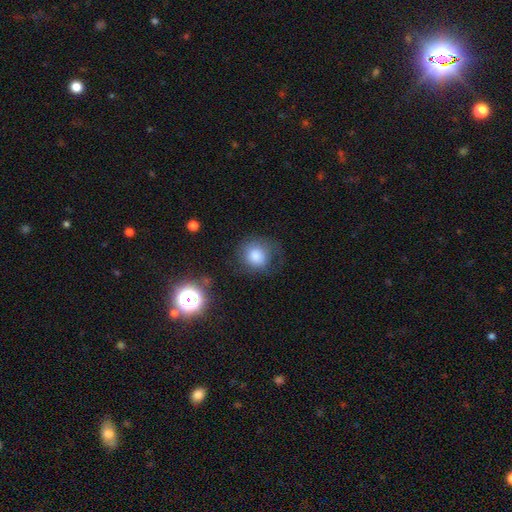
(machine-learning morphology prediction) smooth 72%, featured or disk 17%, star or artifact 10%. Down the decision tree: how rounded — round (81%); merging — none (58%).